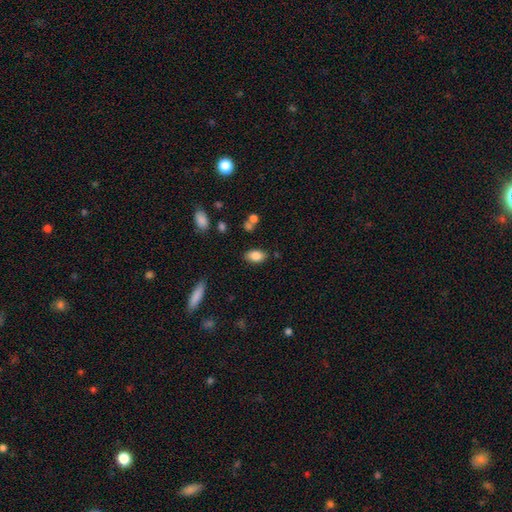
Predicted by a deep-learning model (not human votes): smooth_or_featured: smooth (p=0.85) [alt: star or artifact p=0.08]
how_rounded: in between (p=0.90) [alt: round p=0.07]
merging: none (p=0.81) [alt: minor disturbance p=0.12]